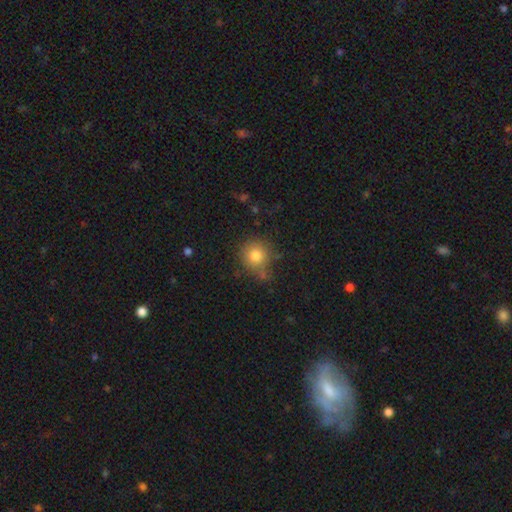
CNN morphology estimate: Smooth or featured: smooth — 80% (star or artifact — 11%)
How rounded: round — 90% (in between — 9%)
Merging: none — 70% (minor disturbance — 18%)